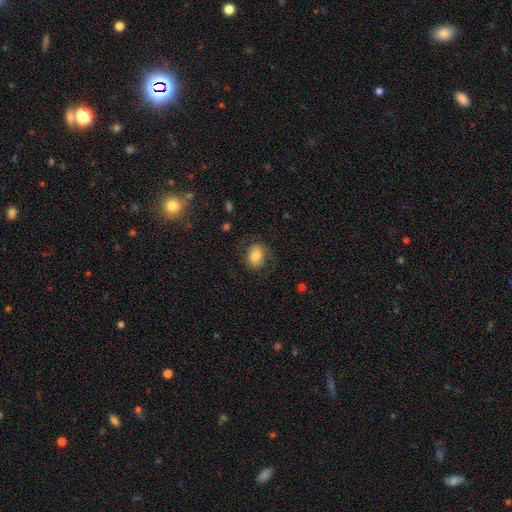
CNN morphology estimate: A smooth galaxy with no disk features (79%) that is in between round and cigar-shaped (67%). Merging: none (79%).